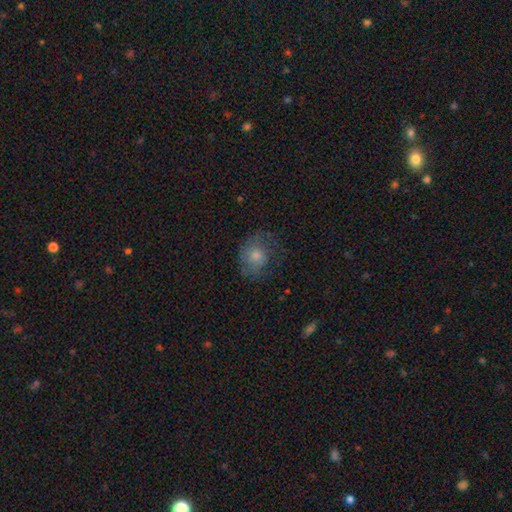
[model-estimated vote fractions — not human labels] The model was most divided on "smooth or featured": smooth: 49%, featured or disk: 37%, star or artifact: 14%. More confident: merging — none (61%).